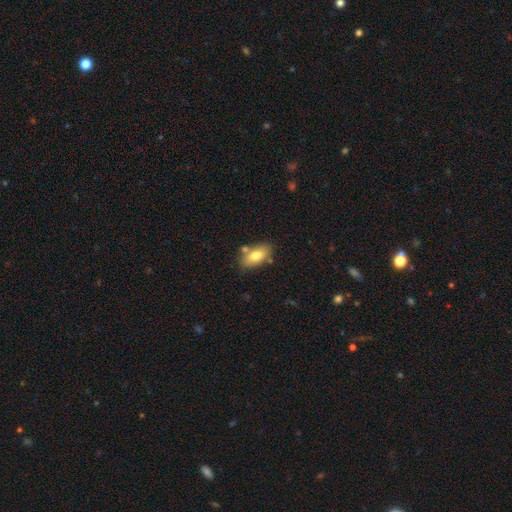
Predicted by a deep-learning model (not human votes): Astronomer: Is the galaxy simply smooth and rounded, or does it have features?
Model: smooth — 75%.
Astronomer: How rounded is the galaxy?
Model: in between — 88%.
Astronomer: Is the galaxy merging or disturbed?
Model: none — 75%.